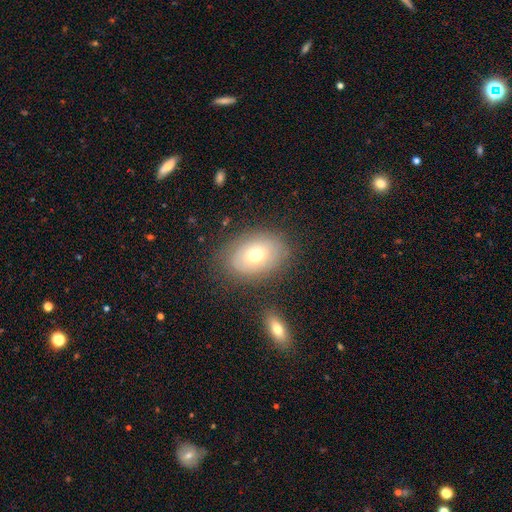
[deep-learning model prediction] Smooth or featured? smooth (62%)
How rounded? in between (79%)
Merging? none (79%)